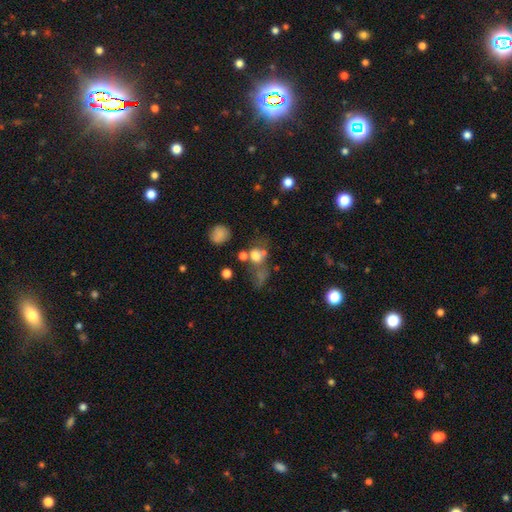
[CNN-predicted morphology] smooth 62%, featured or disk 21%, star or artifact 18%. Down the decision tree: how rounded — round (52%); merging — merger (31%).